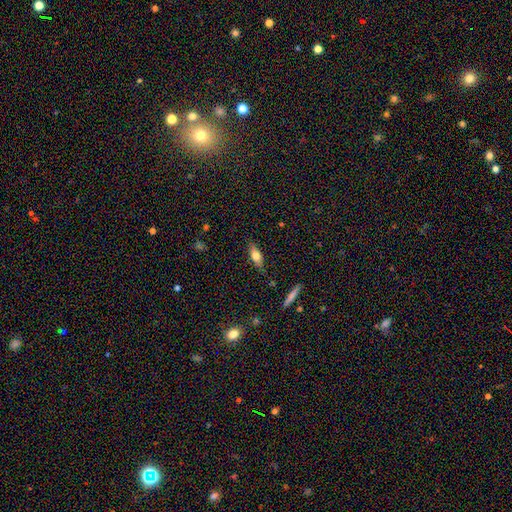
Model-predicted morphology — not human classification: Smooth or featured? smooth (63%)
How rounded? in between (60%)
Merging? none (82%)